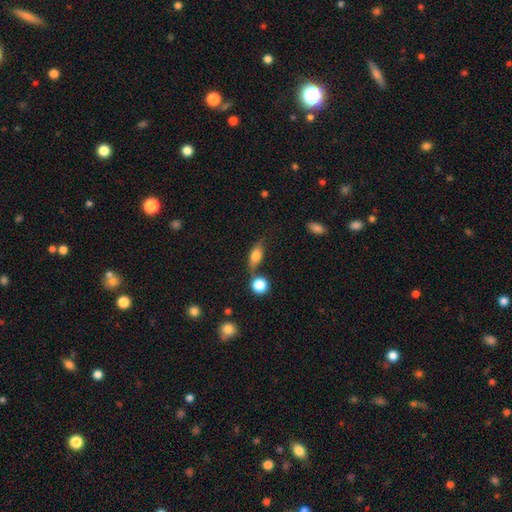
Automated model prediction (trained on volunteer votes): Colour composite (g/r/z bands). It shows a smooth galaxy with no disk features (66%) that is in between round and cigar-shaped (72%). Merging: none (55%).